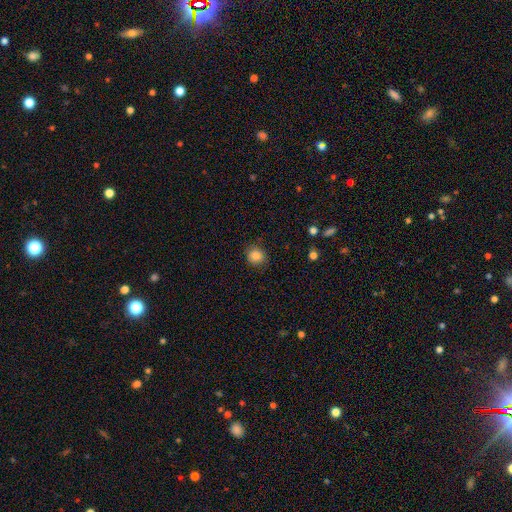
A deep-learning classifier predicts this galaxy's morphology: Overall: smooth (84%). How rounded: round (85%). Merging: none (87%).